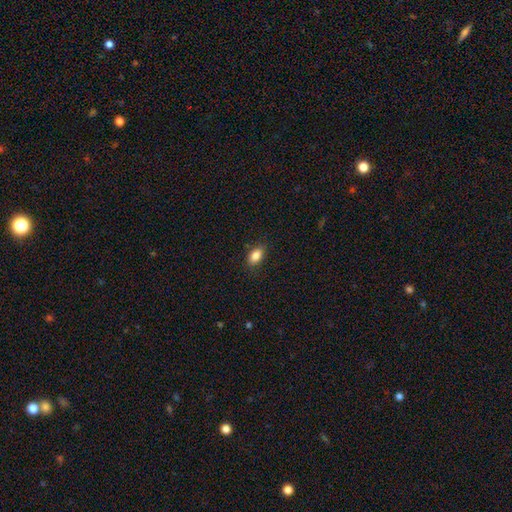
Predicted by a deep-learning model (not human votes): A smooth galaxy with no disk features (85%) that is in between round and cigar-shaped (87%). Merging: none (86%).